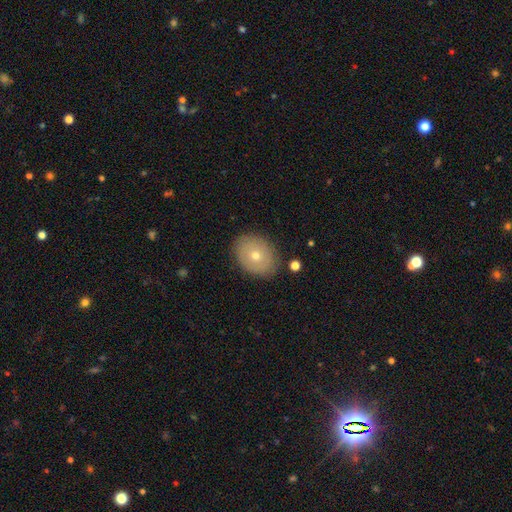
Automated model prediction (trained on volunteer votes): smooth-or-featured: smooth: 57% | featured or disk: 34% | star or artifact: 9%
  how-rounded: in between: 56% | round: 43% | cigar-shaped: 1%
  merging: none: 85% | minor disturbance: 10% | major disturbance: 3% | merger: 1%